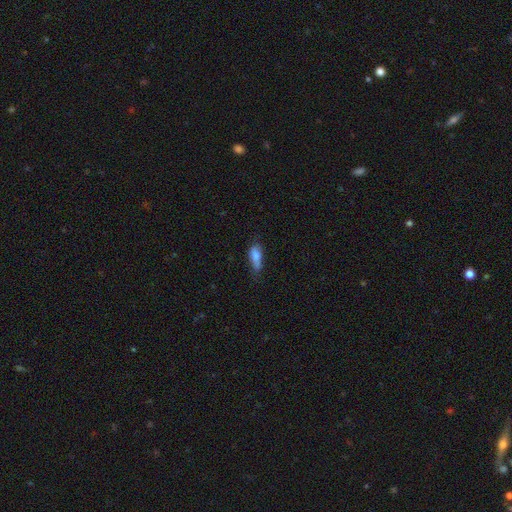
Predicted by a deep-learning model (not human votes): A smooth galaxy with no disk features (76%) that is in between round and cigar-shaped (69%).

Vote fractions:
- Smooth or featured? smooth: 76% / featured or disk: 16% / star or artifact: 8%
- How rounded? in between: 69% / cigar-shaped: 28% / round: 3%
- Merging? none: 46% / minor disturbance: 37% / major disturbance: 14% / merger: 3%